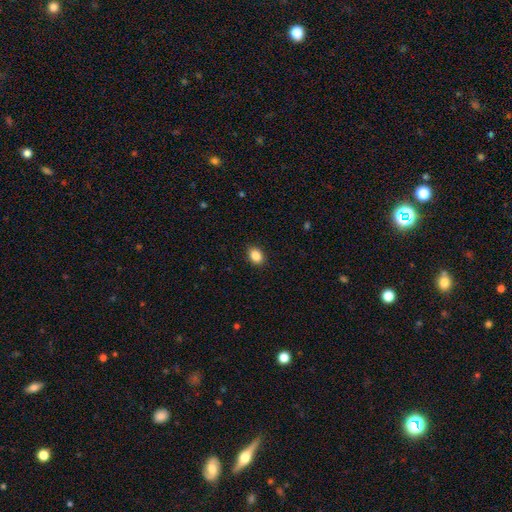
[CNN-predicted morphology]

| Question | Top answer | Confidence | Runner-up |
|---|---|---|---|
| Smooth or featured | smooth | 87% | star or artifact (9%) |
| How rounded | in between | 72% | round (27%) |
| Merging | none | 90% | minor disturbance (8%) |